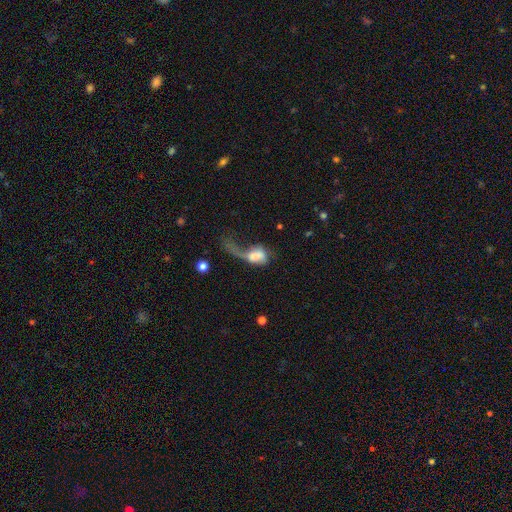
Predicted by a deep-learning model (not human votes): smooth-or-featured: smooth: 57% | featured or disk: 34% | star or artifact: 9%
  how-rounded: in between: 76% | round: 19% | cigar-shaped: 4%
  merging: major disturbance: 66% | merger: 12% | none: 11% | minor disturbance: 11%